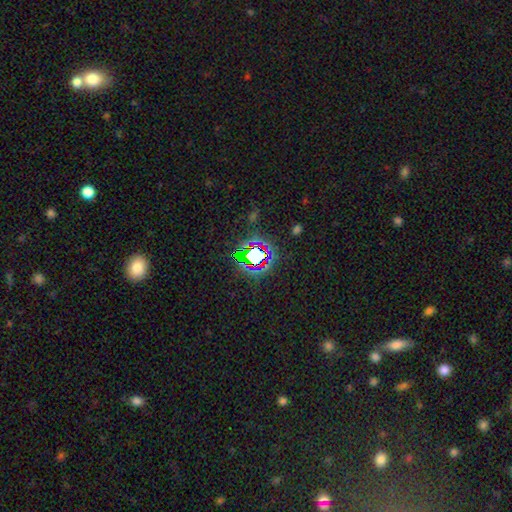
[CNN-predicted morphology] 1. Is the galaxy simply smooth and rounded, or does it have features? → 70% star or artifact, 18% smooth, 11% featured or disk.